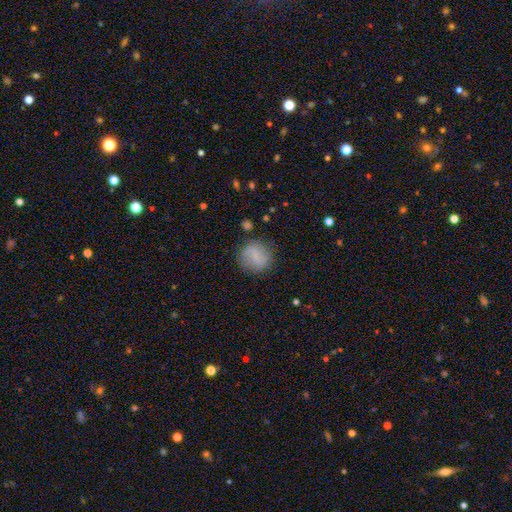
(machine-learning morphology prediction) Overall: smooth (65%; featured or disk 26%). How rounded: round (88%). Merging: none (78%).